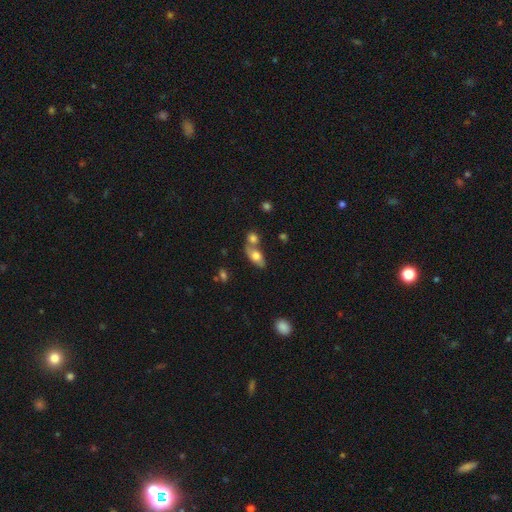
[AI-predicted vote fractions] Q: Smooth or featured?
A: smooth (66%); runner-up: featured or disk (25%)
Q: How rounded?
A: in between (82%); runner-up: round (9%)
Q: Merging?
A: none (42%); runner-up: merger (41%)